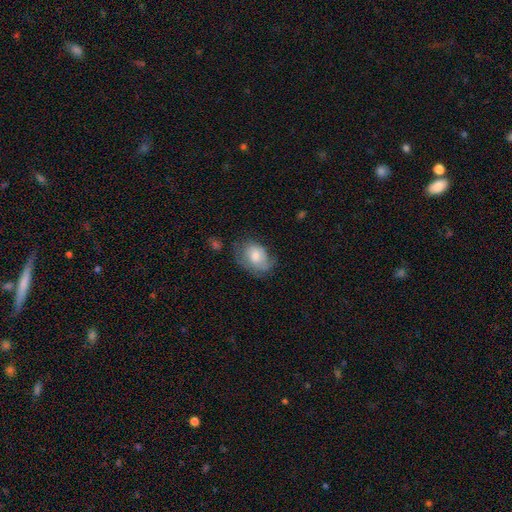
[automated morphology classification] Smooth or featured?
  - smooth: 62% *
  - featured or disk: 31%
  - star or artifact: 7%
How rounded?
  - in between: 74% *
  - round: 25%
  - cigar-shaped: 1%
Merging?
  - none: 50% *
  - minor disturbance: 32%
  - major disturbance: 15%
  - merger: 2%